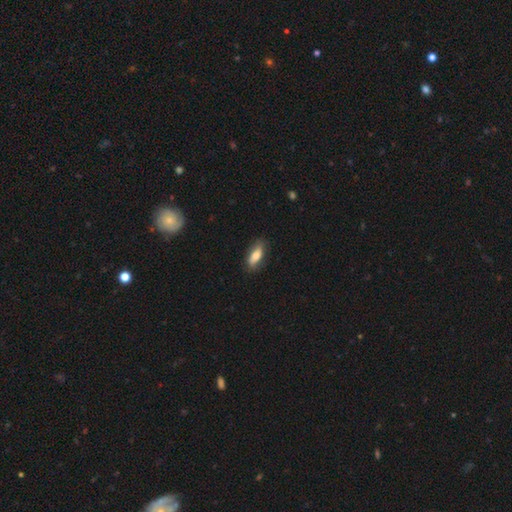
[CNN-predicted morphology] A smooth galaxy with no disk features (74%) that is in between round and cigar-shaped (72%).

Vote fractions:
- Smooth or featured? smooth: 74% / featured or disk: 20% / star or artifact: 7%
- How rounded? in between: 72% / cigar-shaped: 25% / round: 3%
- Merging? none: 80% / minor disturbance: 16% / major disturbance: 3% / merger: 1%